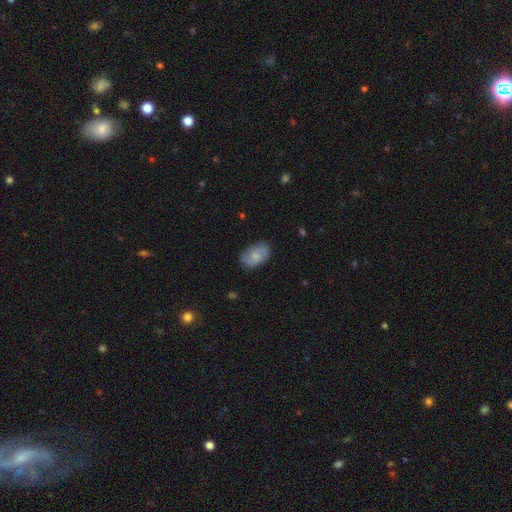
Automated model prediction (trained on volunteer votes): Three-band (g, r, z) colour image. It shows a smooth galaxy with no disk features (72%) that is in between round and cigar-shaped (90%). Merging: none (78%).